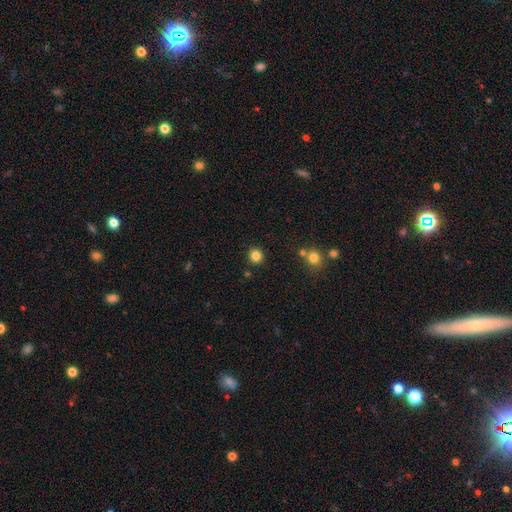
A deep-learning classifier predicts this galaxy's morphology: Smooth or featured?
  - smooth: 83% *
  - star or artifact: 12%
  - featured or disk: 4%
How rounded?
  - round: 92% *
  - in between: 7%
  - cigar-shaped: 1%
Merging?
  - none: 89% *
  - minor disturbance: 6%
  - merger: 3%
  - major disturbance: 2%